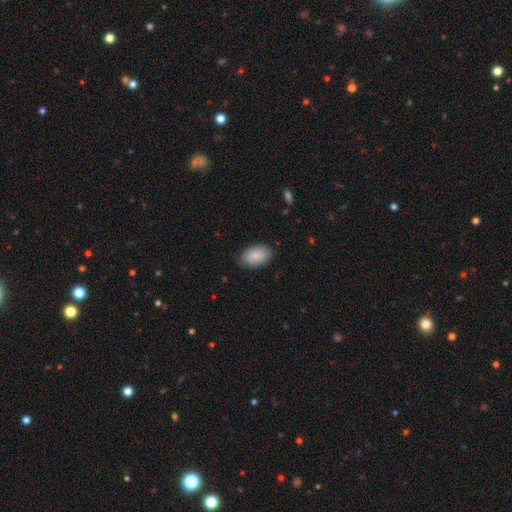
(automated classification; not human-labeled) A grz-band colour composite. It shows a smooth galaxy with no disk features (85%) that is in between round and cigar-shaped (92%). Merging: none (81%).